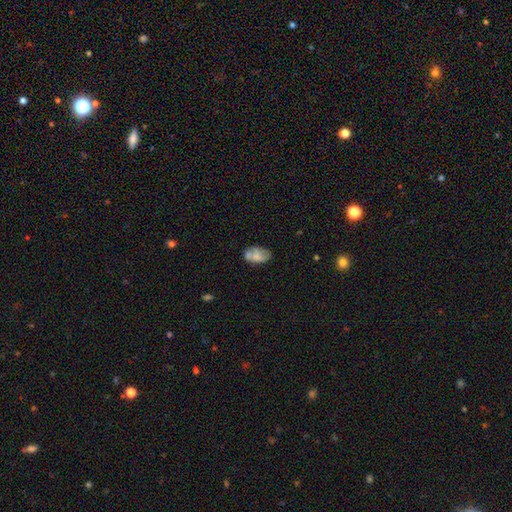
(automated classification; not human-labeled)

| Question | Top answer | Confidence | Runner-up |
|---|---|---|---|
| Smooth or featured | smooth | 60% | featured or disk (32%) |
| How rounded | in between | 91% | round (7%) |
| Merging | none | 49% | minor disturbance (27%) |